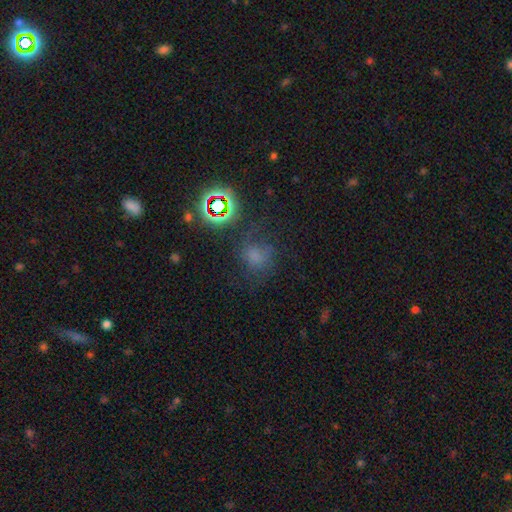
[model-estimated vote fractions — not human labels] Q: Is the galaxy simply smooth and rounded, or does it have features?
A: smooth — 53%.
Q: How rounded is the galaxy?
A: round — 77%.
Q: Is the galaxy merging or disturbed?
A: none — 59%.